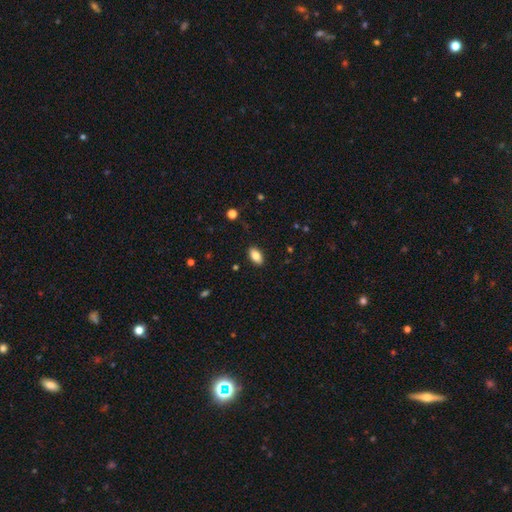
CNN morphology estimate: This appears to be a smooth galaxy with no disk features (84%) that is in between round and cigar-shaped (92%). Merging: none (88%).